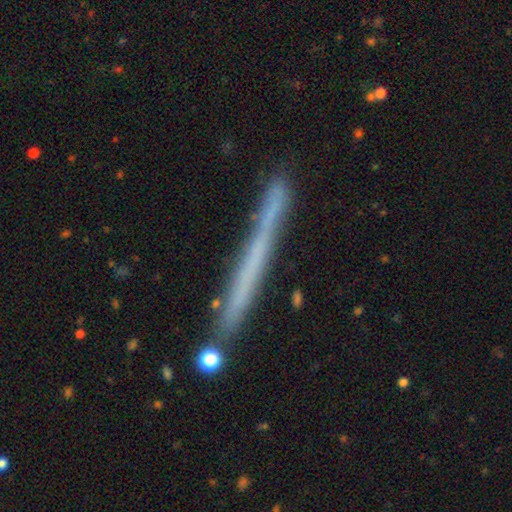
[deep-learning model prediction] Smooth or featured?
  - featured or disk: 55% *
  - smooth: 38%
  - star or artifact: 7%
Edge-on disk?
  - yes: 95% *
  - no: 5%
Edge-on bulge?
  - none: 93% *
  - rounded: 4%
  - boxy: 3%
Merging?
  - none: 83% *
  - minor disturbance: 12%
  - merger: 3%
  - major disturbance: 2%